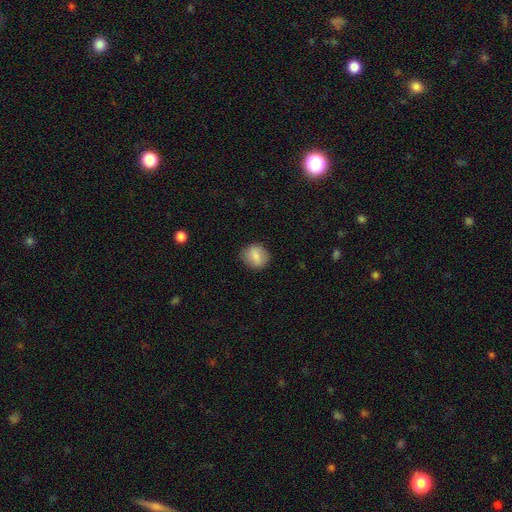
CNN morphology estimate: type=smooth (77%); roundness=round (68%); merging=none (83%).